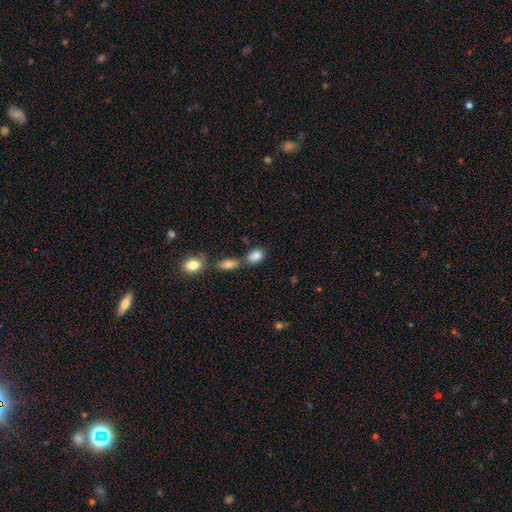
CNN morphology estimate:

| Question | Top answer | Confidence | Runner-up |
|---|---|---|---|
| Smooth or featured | smooth | 85% | star or artifact (9%) |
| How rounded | in between | 79% | round (19%) |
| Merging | none | 53% | merger (28%) |